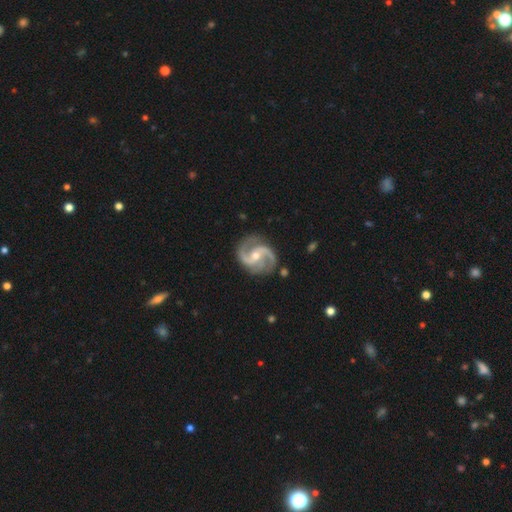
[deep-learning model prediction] This is clearly a featured or disk galaxy (93%). It is clearly not viewed edge-on (98%). Bar: marginally no (42%). Spiral arm pattern: clearly yes (99%). Spiral arm count: clearly 2 (87%). Spiral winding: likely medium (63%). Central bulge: possibly moderate (51%). Merging: clearly none (81%).